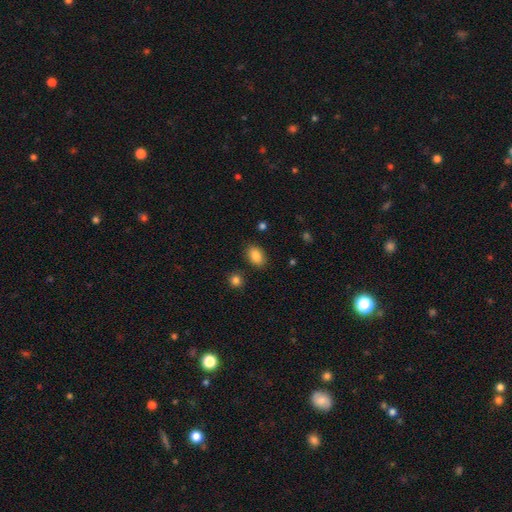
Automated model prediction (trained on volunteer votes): Q: Smooth or featured?
A: smooth (86%); runner-up: star or artifact (9%)
Q: How rounded?
A: in between (84%); runner-up: round (14%)
Q: Merging?
A: none (85%); runner-up: minor disturbance (10%)